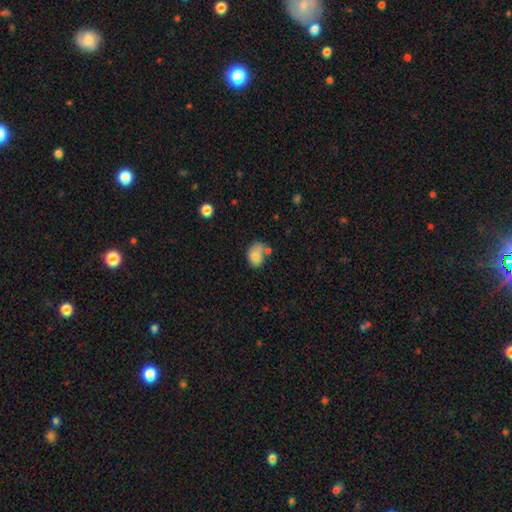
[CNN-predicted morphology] A smooth galaxy with no disk features (79%) that is in between round and cigar-shaped (67%). Merging: none (46%).